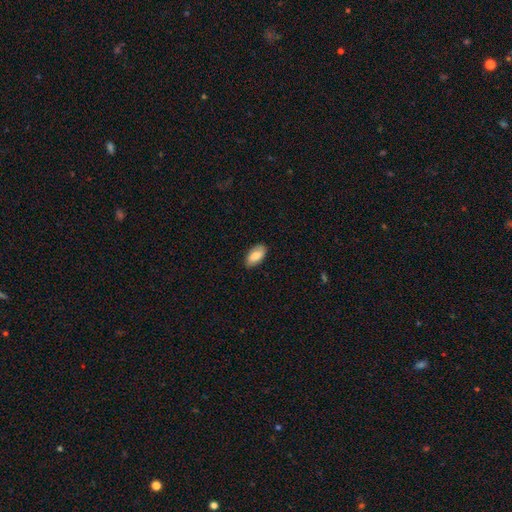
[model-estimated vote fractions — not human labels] Smooth or featured? Predicted: smooth (p=0.81). How rounded? Predicted: in between (p=0.93). Merging? Predicted: none (p=0.84).